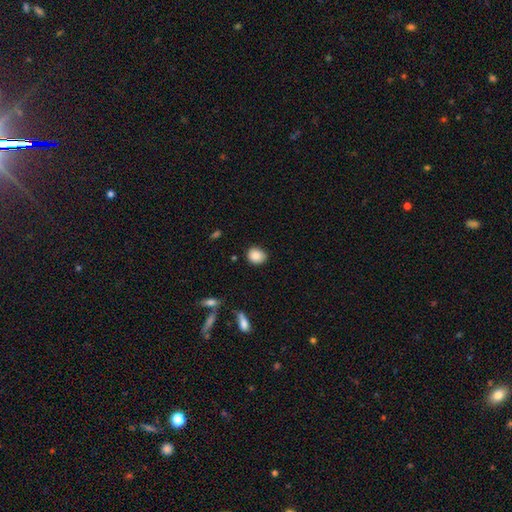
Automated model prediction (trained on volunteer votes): A smooth galaxy with no disk features (88%) that is round (67%).

Vote fractions:
- Smooth or featured? smooth: 88% / star or artifact: 8% / featured or disk: 4%
- How rounded? round: 67% / in between: 32% / cigar-shaped: 1%
- Merging? none: 85% / minor disturbance: 11% / major disturbance: 3% / merger: 2%